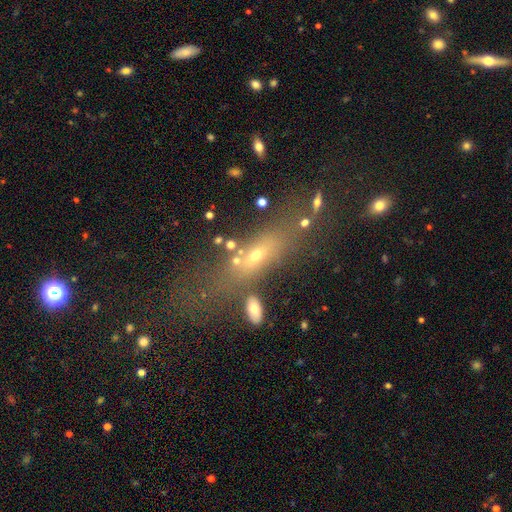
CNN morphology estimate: smooth_or_featured: smooth (p=0.53) [alt: featured or disk p=0.29]
how_rounded: in between (p=0.49) [alt: cigar-shaped p=0.41]
merging: none (p=0.45) [alt: merger p=0.20]